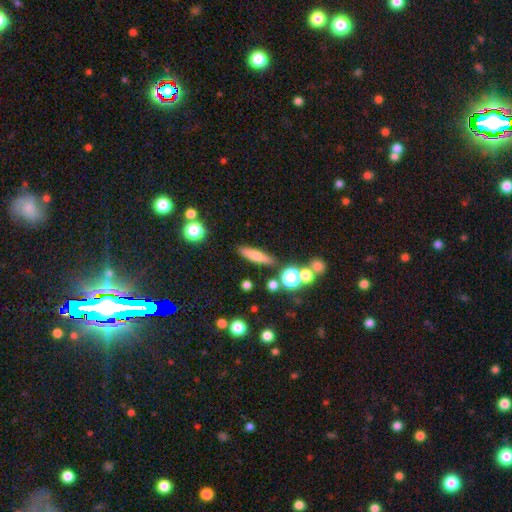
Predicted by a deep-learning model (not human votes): The model was most divided on "smooth or featured": smooth: 68%, featured or disk: 21%, star or artifact: 11%. More confident: merging — none (83%); how rounded — cigar-shaped (71%).